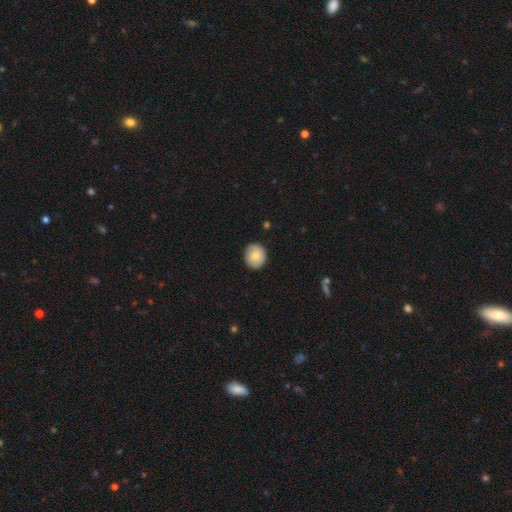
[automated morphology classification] This is clearly a smooth galaxy (81%). How rounded: likely round (76%). Merging: clearly none (87%).